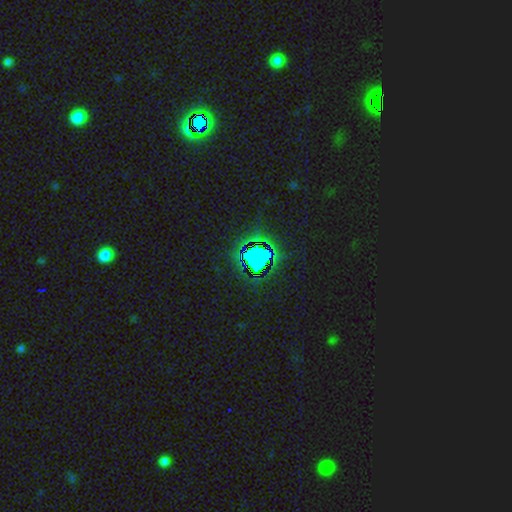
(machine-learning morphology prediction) smooth-or-featured: star or artifact: 75% | smooth: 15% | featured or disk: 10%